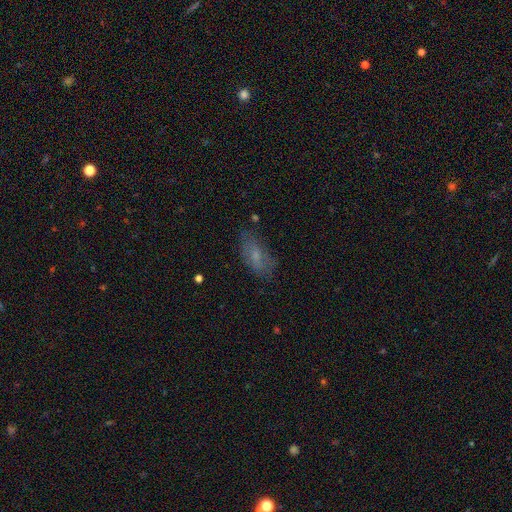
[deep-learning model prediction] Morphology: type=smooth (60%); roundness=in between (84%); merging=none (65%).